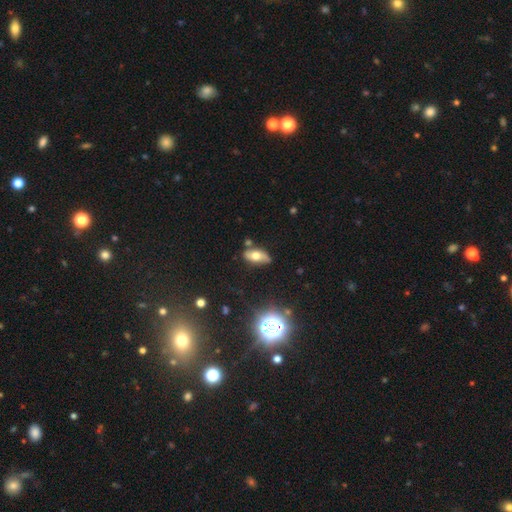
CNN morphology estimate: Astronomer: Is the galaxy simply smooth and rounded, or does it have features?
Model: smooth — 57%.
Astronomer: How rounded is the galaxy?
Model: in between — 86%.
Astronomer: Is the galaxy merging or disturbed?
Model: none — 71%.